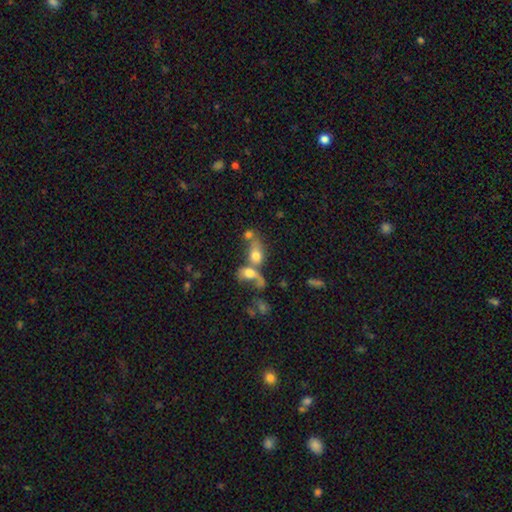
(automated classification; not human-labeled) Morphology: type=smooth (65%); roundness=in between (65%); merging=merger (69%).